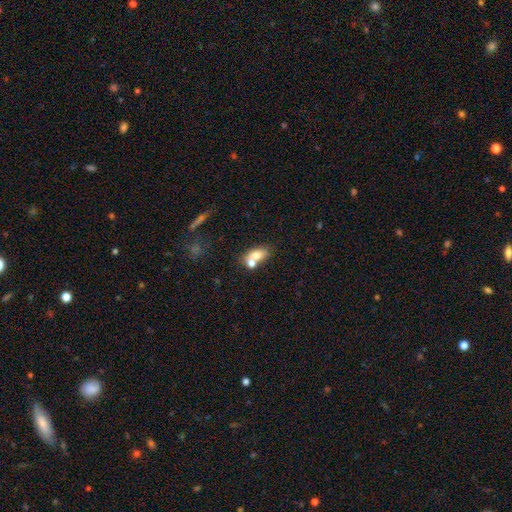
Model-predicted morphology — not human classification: This is likely a smooth galaxy (71%). How rounded: likely in between (79%). Merging: possibly merger (45%).